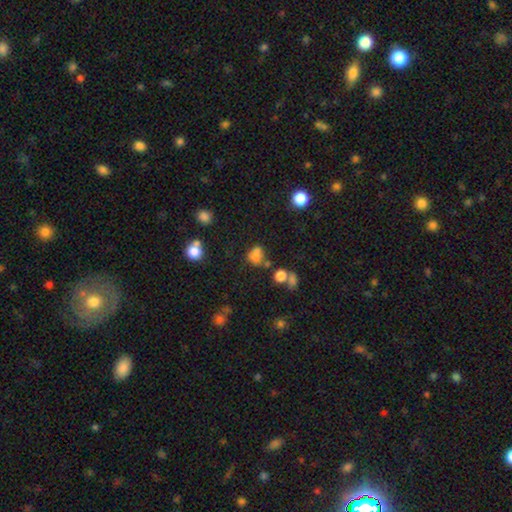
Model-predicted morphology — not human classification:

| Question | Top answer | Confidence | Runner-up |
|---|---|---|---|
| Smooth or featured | smooth | 72% | star or artifact (17%) |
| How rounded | round | 62% | in between (37%) |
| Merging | none | 50% | merger (24%) |